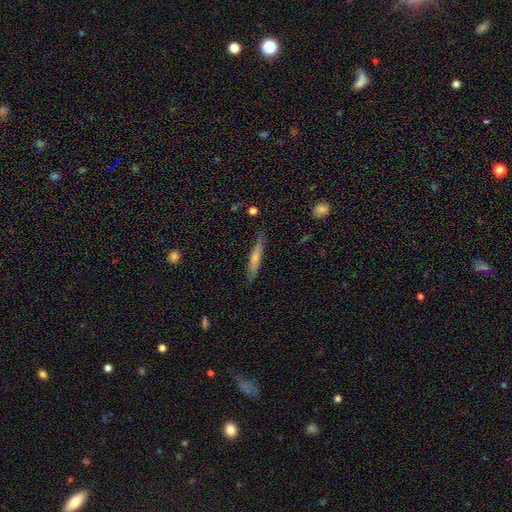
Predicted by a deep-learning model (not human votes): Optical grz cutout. It shows a smooth galaxy with no disk features (50%) that is cigar-shaped (92%). Merging: none (84%).